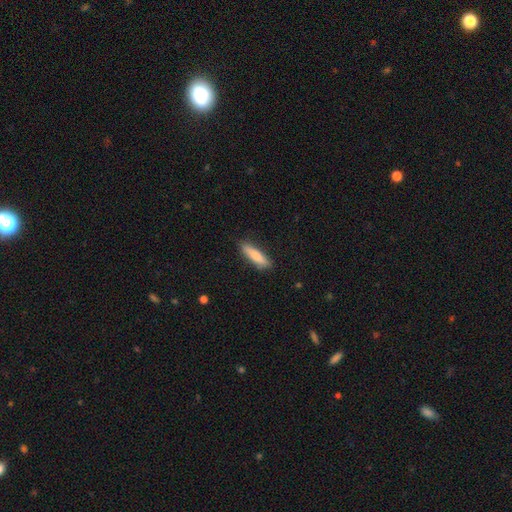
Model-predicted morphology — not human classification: Q: Smooth or featured?
A: smooth (82%); runner-up: featured or disk (12%)
Q: How rounded?
A: cigar-shaped (75%); runner-up: in between (23%)
Q: Merging?
A: none (85%); runner-up: minor disturbance (11%)